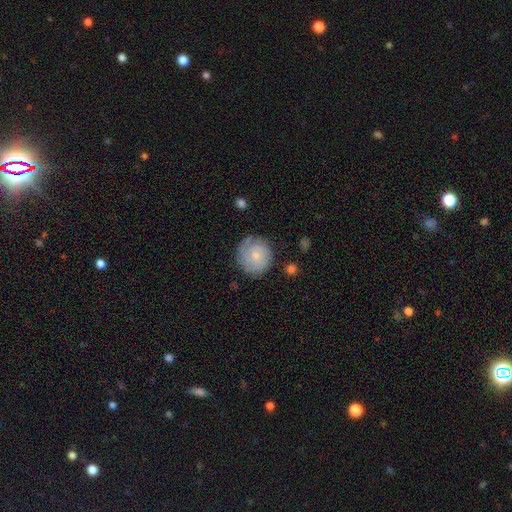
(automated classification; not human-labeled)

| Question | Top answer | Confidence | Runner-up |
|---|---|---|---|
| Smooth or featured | smooth | 49% | featured or disk (44%) |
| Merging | none | 73% | minor disturbance (19%) |